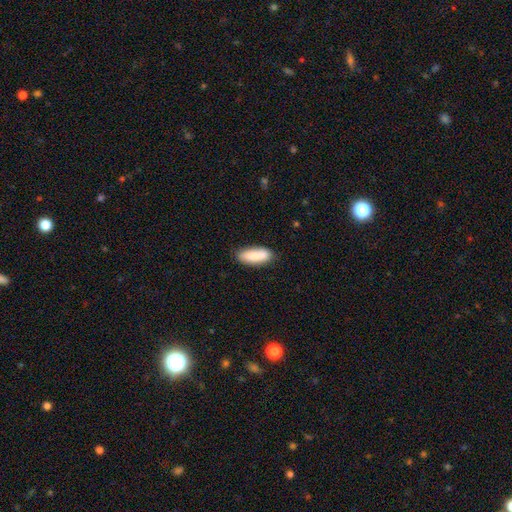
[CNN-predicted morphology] type=smooth (84%); roundness=in between (66%); merging=none (80%).